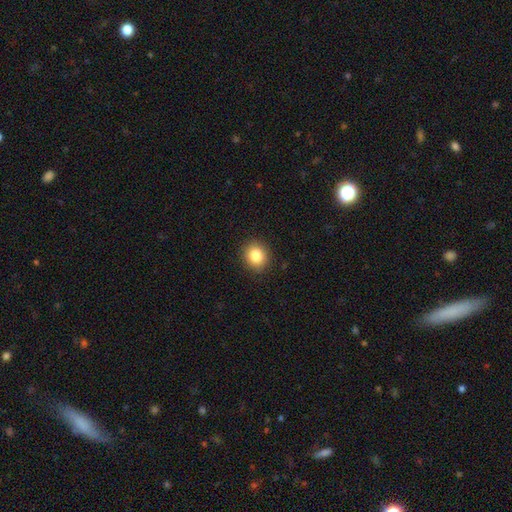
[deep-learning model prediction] smooth 84%, star or artifact 10%, featured or disk 6%. Down the decision tree: how rounded — round (78%); merging — none (91%).